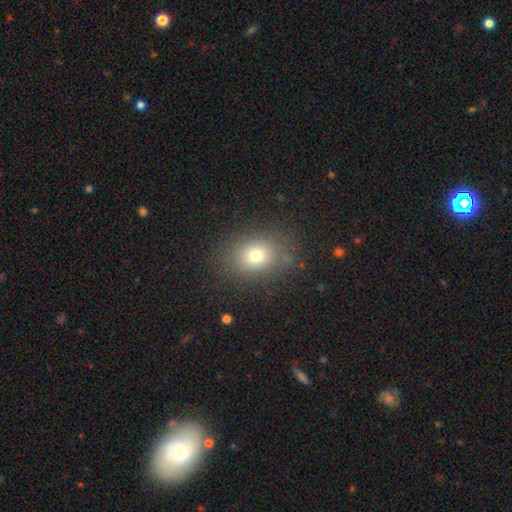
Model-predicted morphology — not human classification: type=smooth (75%); roundness=in between (57%); merging=none (82%).